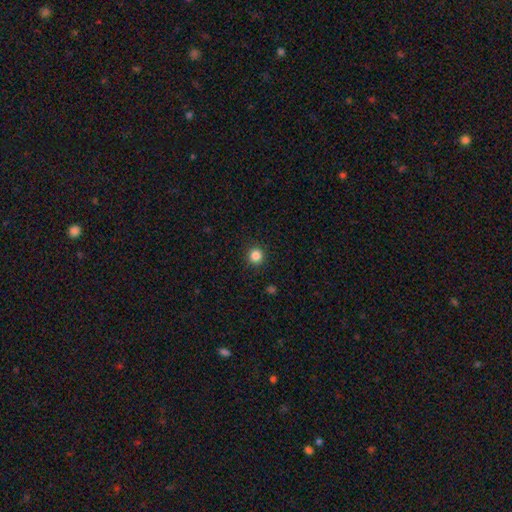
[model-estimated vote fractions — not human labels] The model was most divided on "smooth or featured": smooth: 85%, star or artifact: 12%, featured or disk: 4%. More confident: how rounded — round (94%); merging — none (92%).